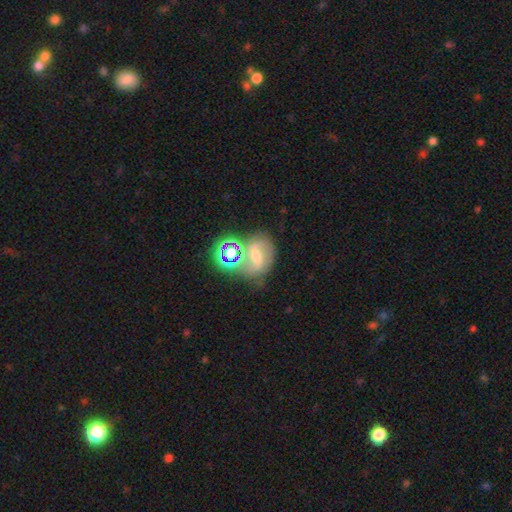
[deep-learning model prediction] smooth-or-featured: featured or disk: 54% | star or artifact: 24% | smooth: 21%
  disk-edge-on: no: 96% | yes: 4%
    bar: weak: 44% | strong: 31% | no: 25%
    has-spiral-arms: yes: 80% | no: 20%
    bulge-size: moderate: 54% | small: 36% | large: 5% | none: 4% | dominant: 2%
  merging: none: 55% | merger: 20% | minor disturbance: 16% | major disturbance: 9%